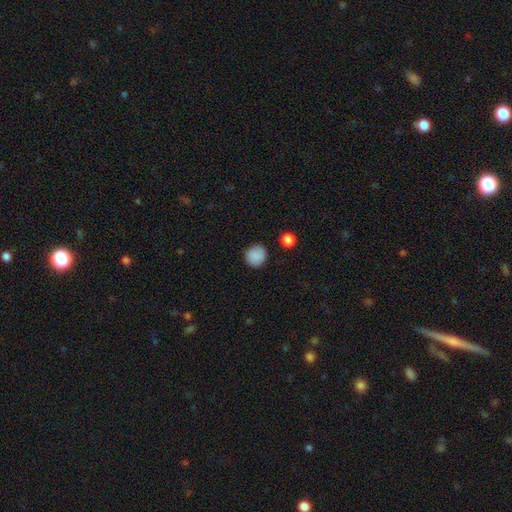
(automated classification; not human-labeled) This is clearly a smooth galaxy (87%). How rounded: clearly round (90%). Merging: clearly none (86%).